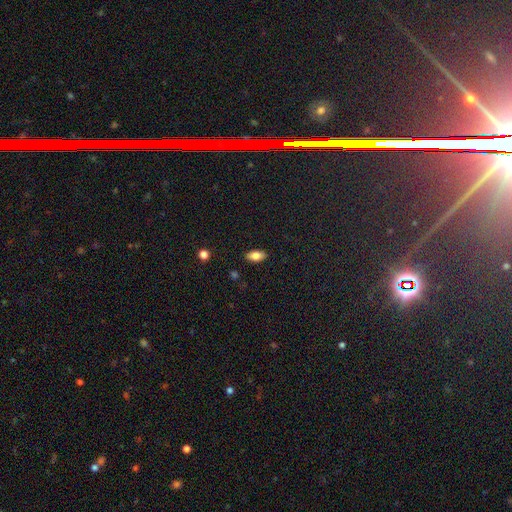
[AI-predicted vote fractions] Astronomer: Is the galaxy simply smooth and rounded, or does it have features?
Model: smooth — 82%.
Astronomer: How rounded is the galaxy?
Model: in between — 92%.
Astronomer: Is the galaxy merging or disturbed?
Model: none — 88%.